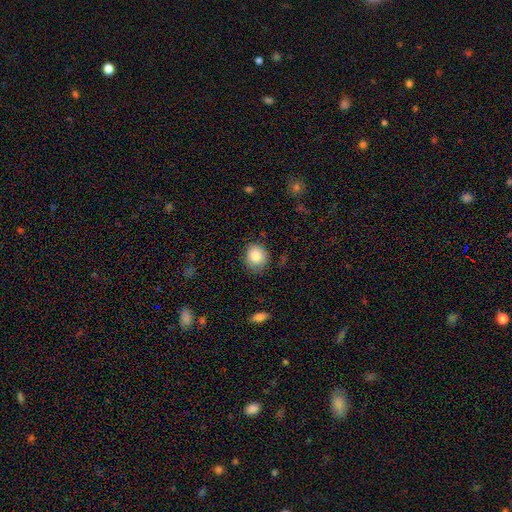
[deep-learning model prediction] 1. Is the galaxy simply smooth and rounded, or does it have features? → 85% smooth, 8% star or artifact, 7% featured or disk.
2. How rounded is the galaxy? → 66% round, 33% in between, 1% cigar-shaped.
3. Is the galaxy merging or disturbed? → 79% none, 16% minor disturbance, 3% major disturbance, 1% merger.